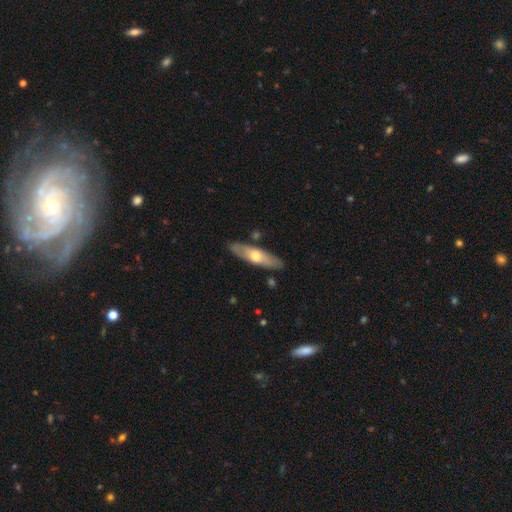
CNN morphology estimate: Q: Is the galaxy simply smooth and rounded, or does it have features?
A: smooth — 48%.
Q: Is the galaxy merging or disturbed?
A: none — 85%.